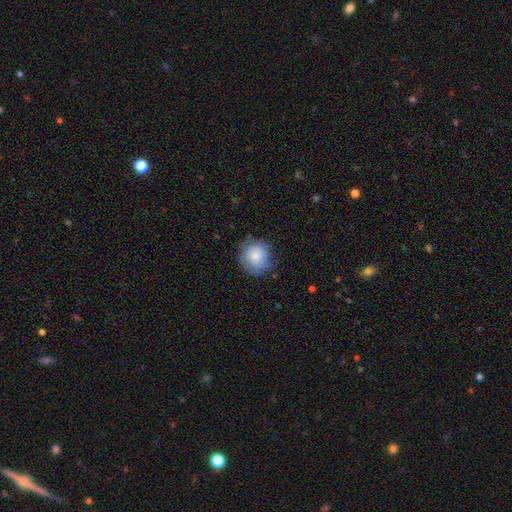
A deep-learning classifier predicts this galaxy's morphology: This is likely a smooth galaxy (76%). How rounded: clearly round (86%). Merging: likely none (73%).